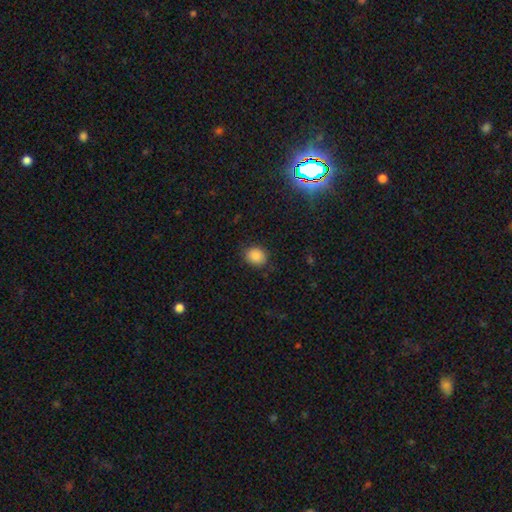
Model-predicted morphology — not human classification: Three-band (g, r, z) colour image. It shows a smooth galaxy with no disk features (86%) that is round (59%). Merging: none (83%).